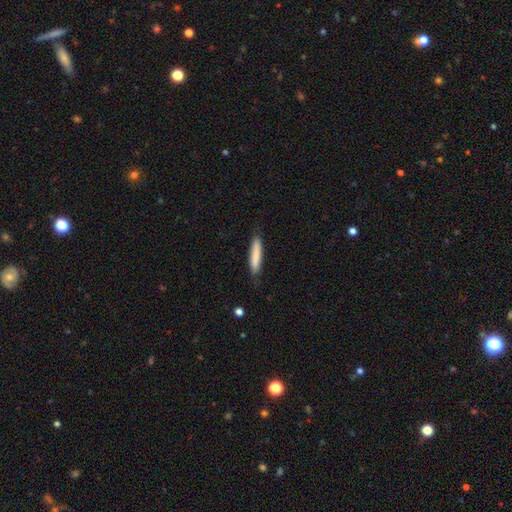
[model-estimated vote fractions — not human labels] Morphology: type=smooth (82%); roundness=cigar-shaped (90%); merging=none (82%).